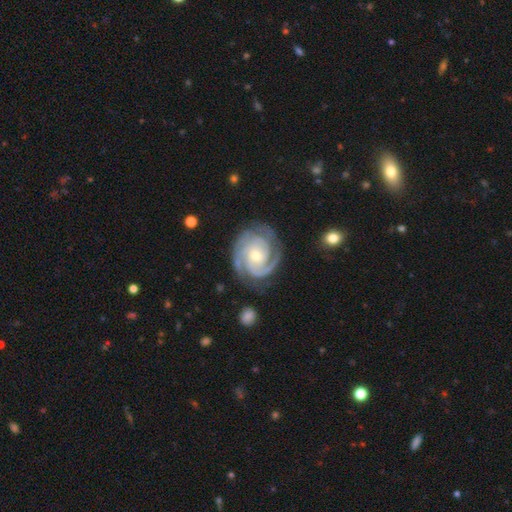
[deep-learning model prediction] Q: Smooth or featured?
A: featured or disk (91%); runner-up: smooth (5%)
Q: Edge-on disk?
A: no (98%); runner-up: yes (2%)
Q: Bar?
A: no (69%); runner-up: weak (24%)
Q: Spiral arms?
A: yes (98%); runner-up: no (2%)
Q: Spiral winding?
A: tight (70%); runner-up: medium (26%)
Q: Spiral arm count?
A: 3 (39%); runner-up: 2 (34%)
Q: Bulge size?
A: small (58%); runner-up: moderate (39%)
Q: Merging?
A: none (76%); runner-up: minor disturbance (16%)